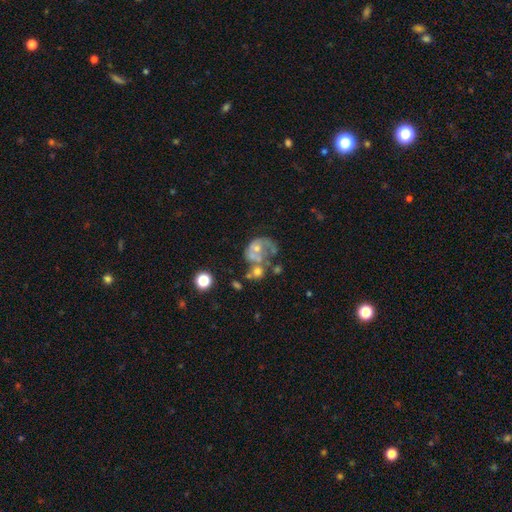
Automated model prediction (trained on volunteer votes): Q: Smooth or featured?
A: featured or disk (61%); runner-up: smooth (21%)
Q: Edge-on disk?
A: no (97%); runner-up: yes (3%)
Q: Bar?
A: no (78%); runner-up: weak (18%)
Q: Spiral arms?
A: yes (62%); runner-up: no (38%)
Q: Bulge size?
A: small (45%); runner-up: moderate (34%)
Q: Merging?
A: none (33%); runner-up: merger (29%)